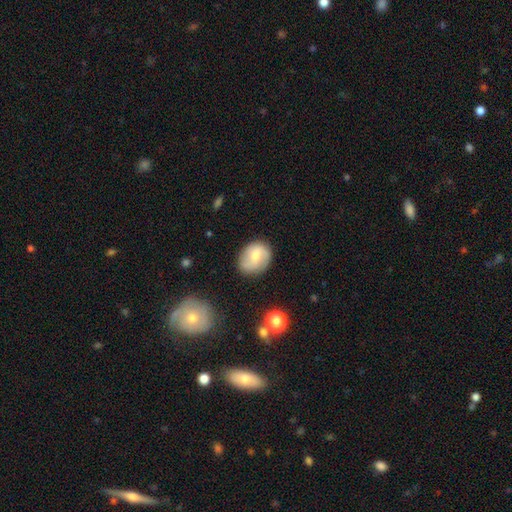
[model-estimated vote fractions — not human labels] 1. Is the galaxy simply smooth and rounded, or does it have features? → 53% smooth, 39% featured or disk, 8% star or artifact.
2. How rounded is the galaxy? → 50% round, 49% in between, 1% cigar-shaped.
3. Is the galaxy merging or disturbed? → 74% none, 19% minor disturbance, 5% major disturbance, 2% merger.